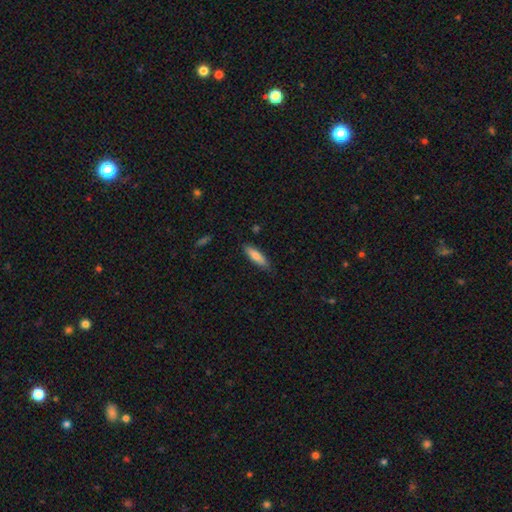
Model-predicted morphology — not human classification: A smooth galaxy with no disk features (77%) that is cigar-shaped (63%).

Vote fractions:
- Smooth or featured? smooth: 77% / featured or disk: 17% / star or artifact: 6%
- How rounded? cigar-shaped: 63% / in between: 36% / round: 2%
- Merging? none: 83% / minor disturbance: 13% / major disturbance: 2% / merger: 1%